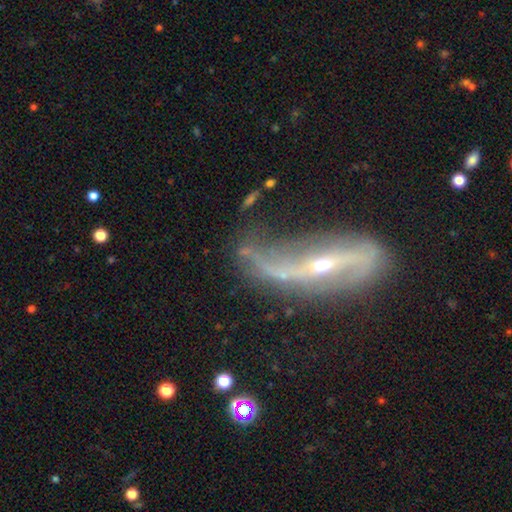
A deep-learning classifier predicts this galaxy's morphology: A featured or disk galaxy (83%) with a strong bar (43%), 2 (86%) loose (84%) spiral arms (83%) and a small central bulge (69%). Merging: none (48%).